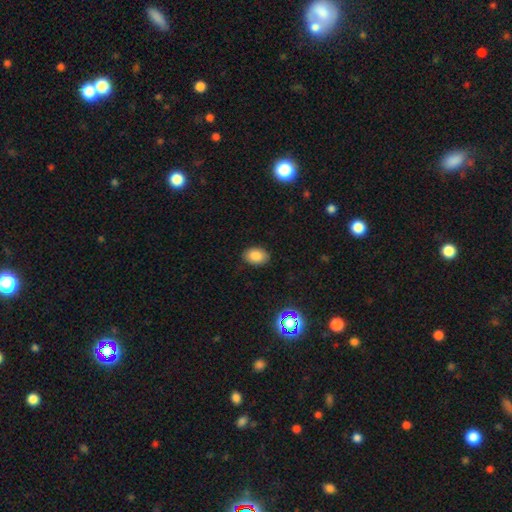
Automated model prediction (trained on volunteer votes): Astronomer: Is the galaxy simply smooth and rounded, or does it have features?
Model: smooth — 83%.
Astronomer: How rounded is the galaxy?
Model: in between — 82%.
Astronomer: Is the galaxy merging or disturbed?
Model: none — 87%.